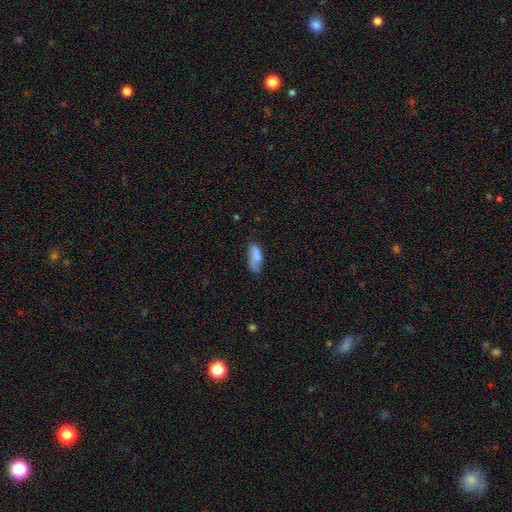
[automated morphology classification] smooth-or-featured: smooth: 70% | featured or disk: 20% | star or artifact: 9%
  how-rounded: in between: 82% | cigar-shaped: 16% | round: 3%
  merging: none: 37% | minor disturbance: 30% | major disturbance: 21% | merger: 13%